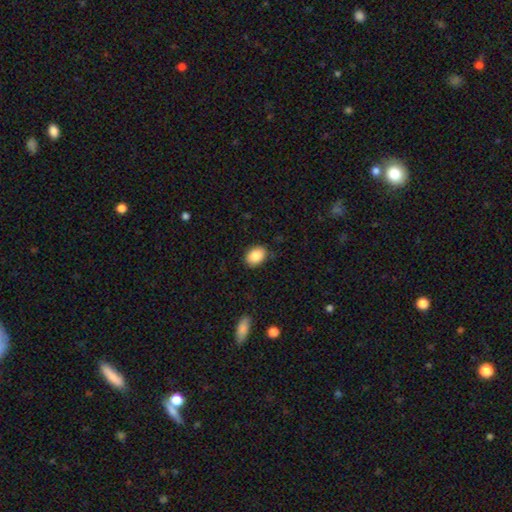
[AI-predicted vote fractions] Smooth or featured? smooth (87%)
How rounded? in between (70%)
Merging? none (85%)